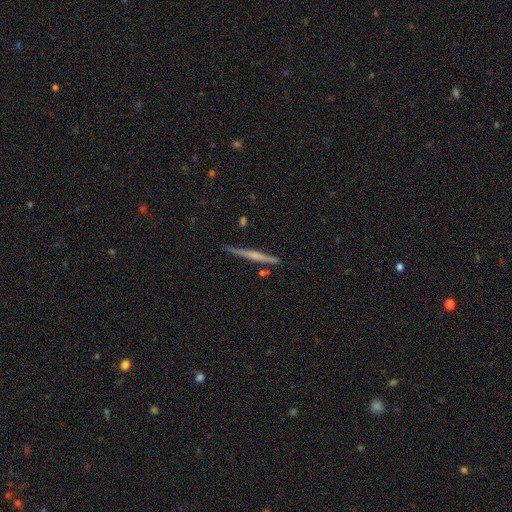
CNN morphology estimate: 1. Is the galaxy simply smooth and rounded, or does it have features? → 60% featured or disk, 34% smooth, 6% star or artifact.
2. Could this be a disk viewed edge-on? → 98% yes, 2% no.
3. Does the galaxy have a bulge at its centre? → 49% none, 39% rounded, 12% boxy.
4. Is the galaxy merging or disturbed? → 86% none, 10% minor disturbance, 3% merger, 2% major disturbance.